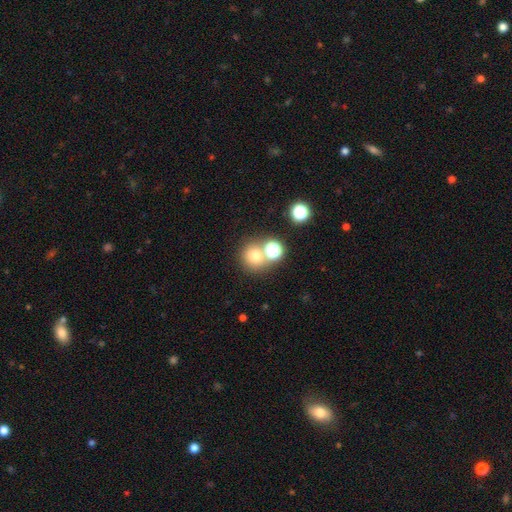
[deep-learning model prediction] A smooth galaxy with no disk features (72%) that is round (88%). Merging: none (59%).